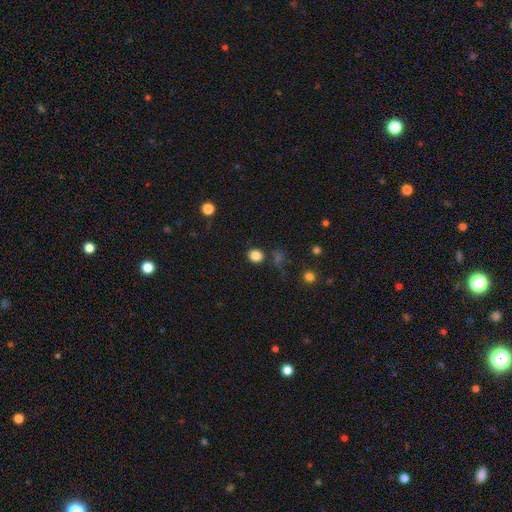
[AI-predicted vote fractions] Overall: smooth (84%). How rounded: round (72%). Merging: none (82%).